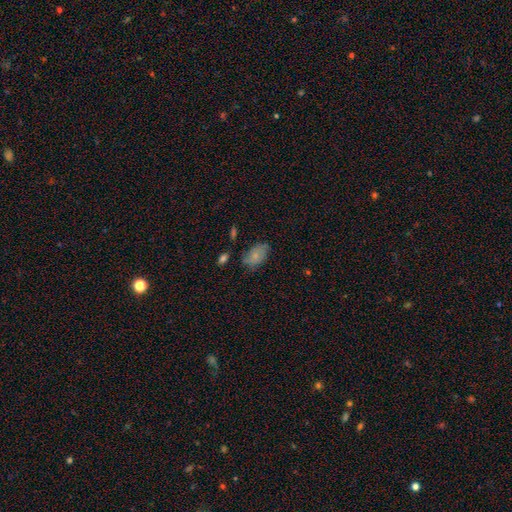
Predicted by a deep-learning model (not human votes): Morphology: type=smooth (70%); roundness=in between (91%); merging=none (65%).